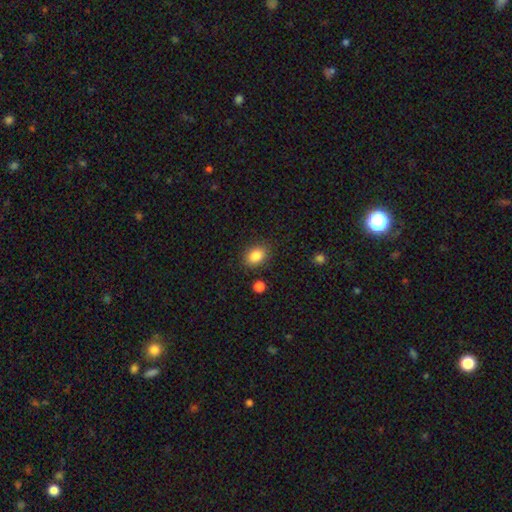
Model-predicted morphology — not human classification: A smooth galaxy with no disk features (86%) that is in between round and cigar-shaped (71%).

Vote fractions:
- Smooth or featured? smooth: 86% / star or artifact: 9% / featured or disk: 5%
- How rounded? in between: 71% / round: 27% / cigar-shaped: 1%
- Merging? none: 84% / minor disturbance: 11% / major disturbance: 3% / merger: 3%